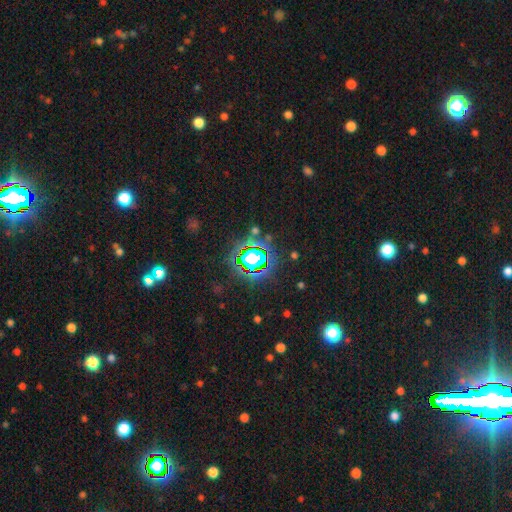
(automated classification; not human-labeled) Smooth or featured? Predicted: star or artifact (p=0.82).